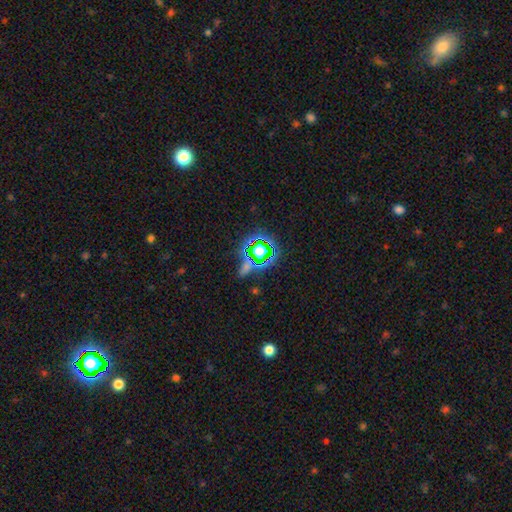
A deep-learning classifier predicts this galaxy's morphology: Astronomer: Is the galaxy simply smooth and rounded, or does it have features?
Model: star or artifact — 72%.